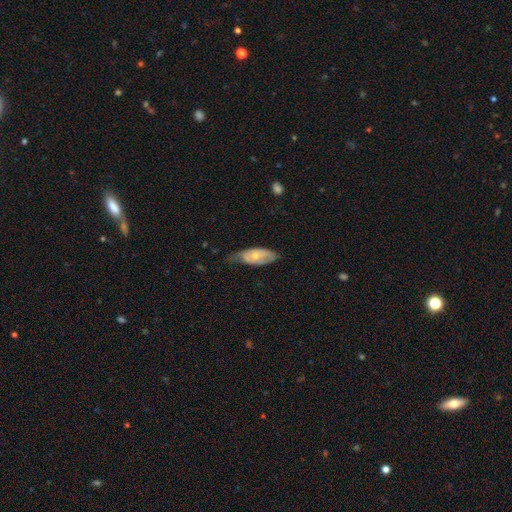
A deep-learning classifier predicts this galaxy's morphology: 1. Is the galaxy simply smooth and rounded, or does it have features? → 49% smooth, 46% featured or disk, 5% star or artifact.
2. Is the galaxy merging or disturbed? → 42% none, 41% minor disturbance, 15% major disturbance, 2% merger.